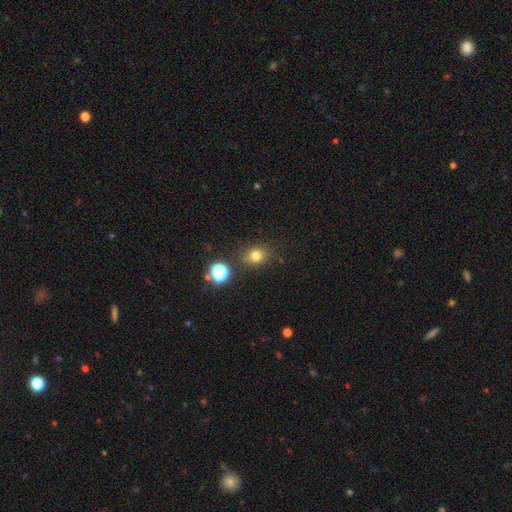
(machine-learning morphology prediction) Smooth or featured? Predicted: smooth (p=0.77). How rounded? Predicted: round (p=0.64). Merging? Predicted: none (p=0.81).